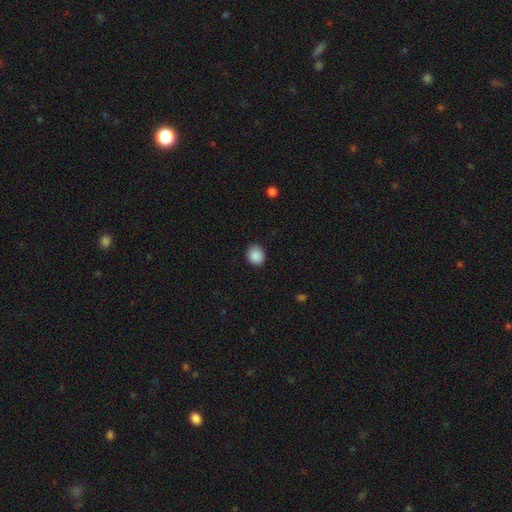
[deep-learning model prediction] A smooth galaxy with no disk features (89%) that is round (66%).

Vote fractions:
- Smooth or featured? smooth: 89% / star or artifact: 8% / featured or disk: 3%
- How rounded? round: 66% / in between: 33% / cigar-shaped: 1%
- Merging? none: 86% / minor disturbance: 10% / major disturbance: 2% / merger: 1%